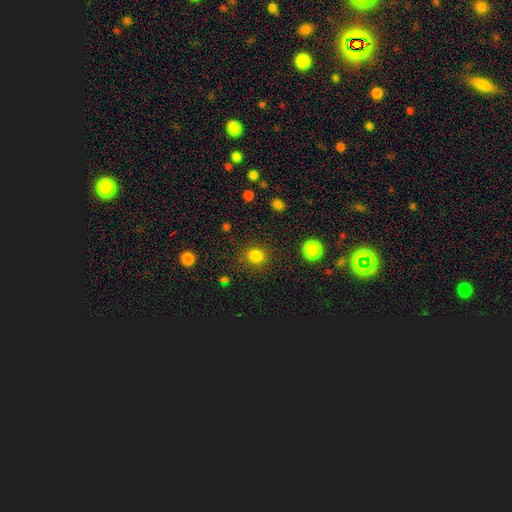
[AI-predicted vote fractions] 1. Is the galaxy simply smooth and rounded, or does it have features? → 83% smooth, 13% star or artifact, 4% featured or disk.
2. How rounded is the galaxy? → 79% round, 20% in between, 1% cigar-shaped.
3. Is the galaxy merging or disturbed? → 86% none, 8% minor disturbance, 4% major disturbance, 2% merger.